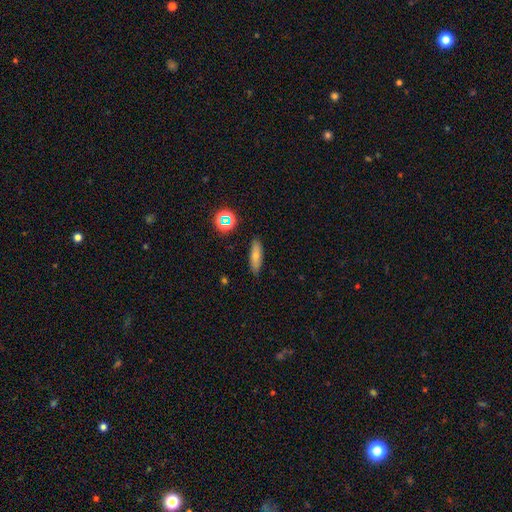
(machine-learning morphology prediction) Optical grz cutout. It shows a smooth galaxy with no disk features (70%) that is cigar-shaped (55%). Merging: none (86%).